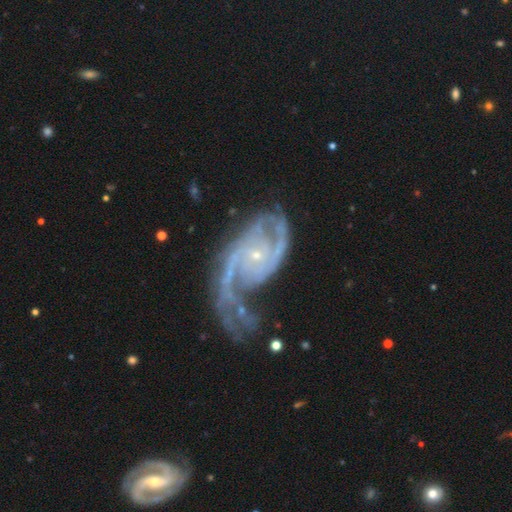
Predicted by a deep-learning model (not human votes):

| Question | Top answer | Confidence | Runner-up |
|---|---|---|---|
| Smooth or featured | featured or disk | 91% | star or artifact (5%) |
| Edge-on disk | no | 97% | yes (3%) |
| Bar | no | 68% | weak (24%) |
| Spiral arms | yes | 97% | no (3%) |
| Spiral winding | medium | 47% | tight (29%) |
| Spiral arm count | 2 | 62% | 3 (12%) |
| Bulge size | small | 86% | moderate (10%) |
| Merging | none | 37% | major disturbance (32%) |